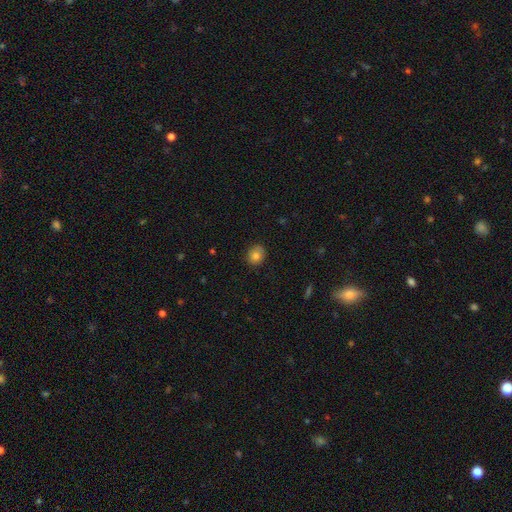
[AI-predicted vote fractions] Morphology: type=smooth (82%); roundness=round (73%); merging=none (83%).